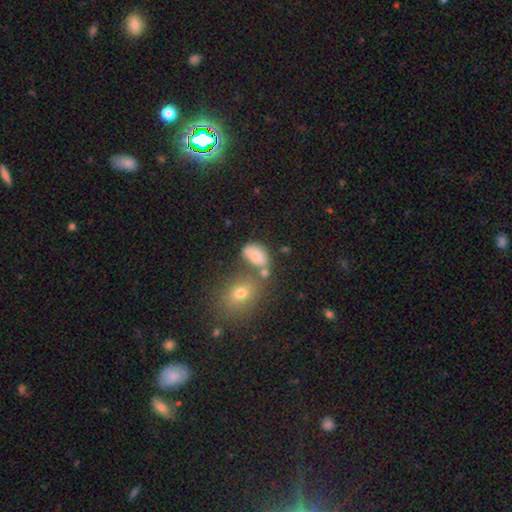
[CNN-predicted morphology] smooth 74%, star or artifact 13%, featured or disk 13%. Down the decision tree: how rounded — in between (83%); merging — none (42%).